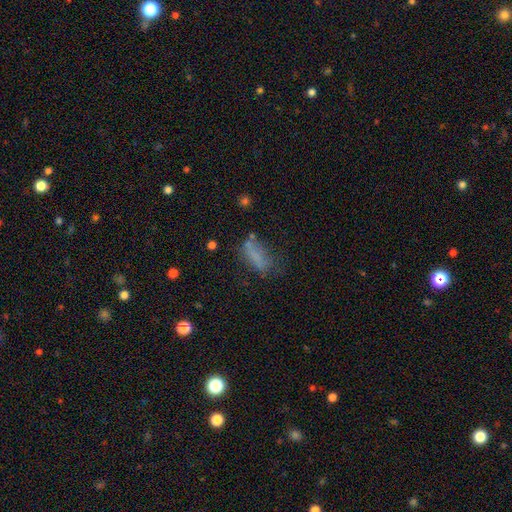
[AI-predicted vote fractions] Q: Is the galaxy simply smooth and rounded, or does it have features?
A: smooth — 64%.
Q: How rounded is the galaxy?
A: in between — 65%.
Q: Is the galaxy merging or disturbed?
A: none — 43%.